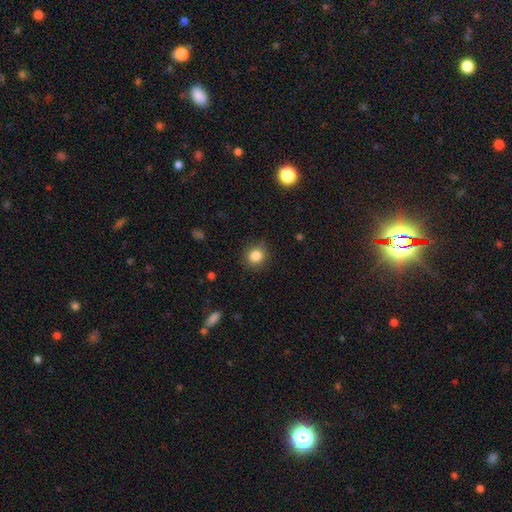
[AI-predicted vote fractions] Q: Smooth or featured?
A: smooth (85%); runner-up: star or artifact (10%)
Q: How rounded?
A: round (82%); runner-up: in between (17%)
Q: Merging?
A: none (85%); runner-up: minor disturbance (11%)